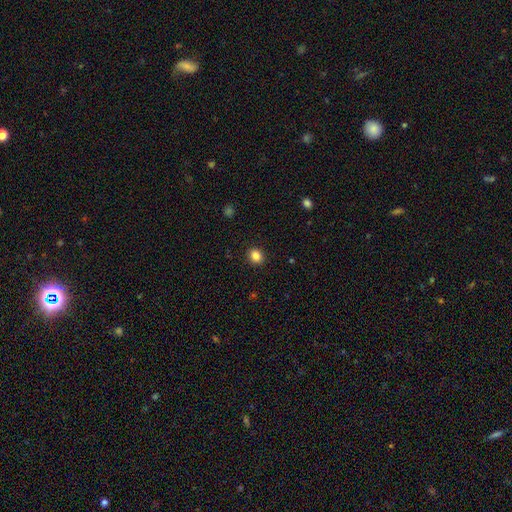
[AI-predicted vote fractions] Smooth or featured: smooth — 85% (star or artifact — 11%)
How rounded: round — 69% (in between — 30%)
Merging: none — 91% (minor disturbance — 6%)